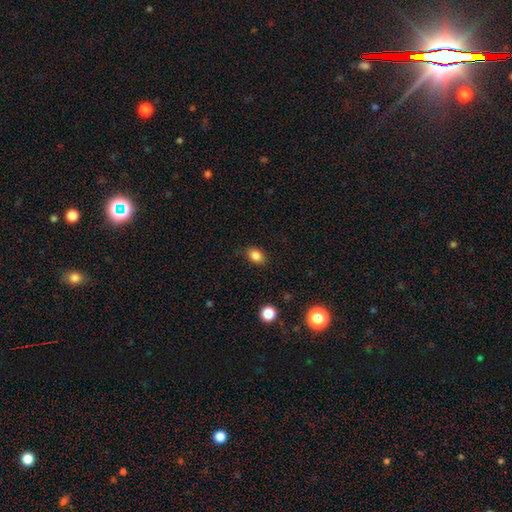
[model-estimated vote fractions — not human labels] Q: Smooth or featured?
A: smooth (85%); runner-up: star or artifact (11%)
Q: How rounded?
A: in between (75%); runner-up: round (23%)
Q: Merging?
A: none (85%); runner-up: minor disturbance (11%)